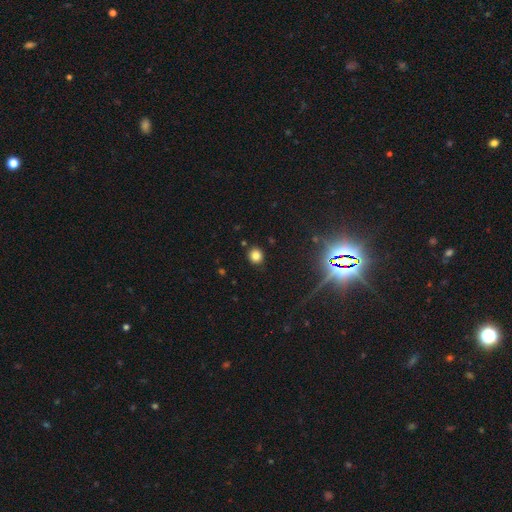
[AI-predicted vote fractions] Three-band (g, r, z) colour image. It shows a smooth galaxy with no disk features (80%) that is round (84%). Merging: none (89%).